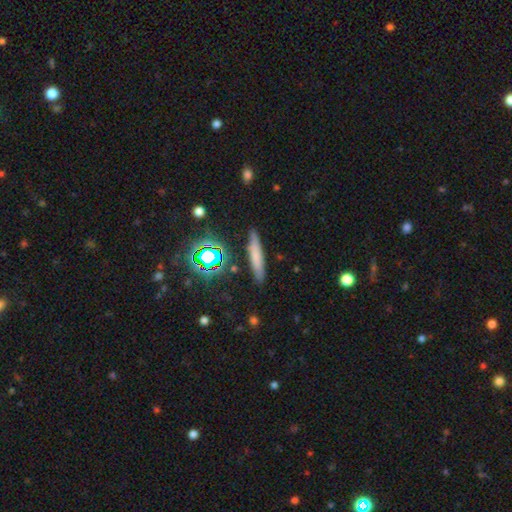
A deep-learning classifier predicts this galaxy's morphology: smooth 64%, featured or disk 21%, star or artifact 15%. Down the decision tree: how rounded — cigar-shaped (87%); merging — none (84%).